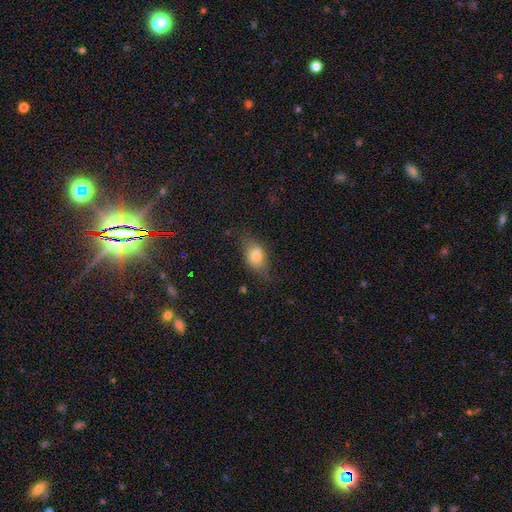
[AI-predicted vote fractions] Smooth or featured: smooth — 75% (featured or disk — 15%)
How rounded: in between — 77% (round — 19%)
Merging: none — 64% (minor disturbance — 25%)